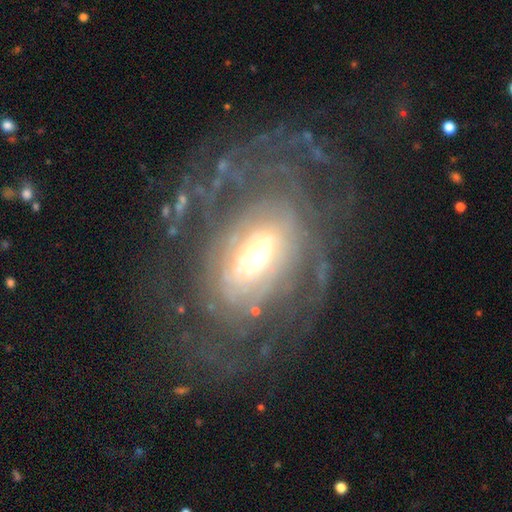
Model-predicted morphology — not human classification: featured or disk 85%, smooth 9%, star or artifact 6%. Down the decision tree: edge-on disk — no (94%); bar — no (40%); spiral arms — yes (87%); spiral arm count — can't tell (43%); spiral winding — tight (61%); bulge size — moderate (59%); merging — none (59%).